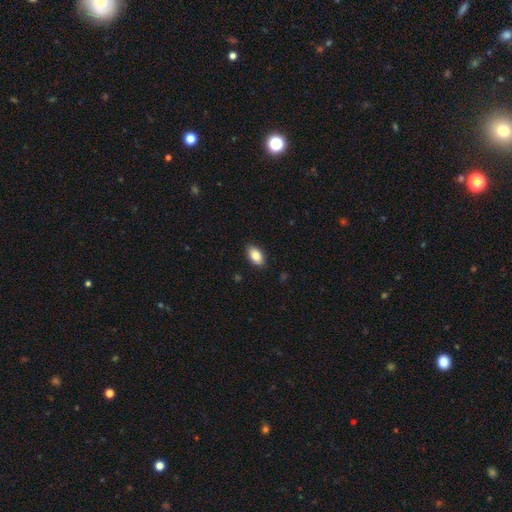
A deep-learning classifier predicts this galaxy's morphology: A smooth galaxy with no disk features (86%) that is in between round and cigar-shaped (92%).

Vote fractions:
- Smooth or featured? smooth: 86% / star or artifact: 7% / featured or disk: 7%
- How rounded? in between: 92% / round: 5% / cigar-shaped: 2%
- Merging? none: 87% / minor disturbance: 10% / major disturbance: 2% / merger: 1%